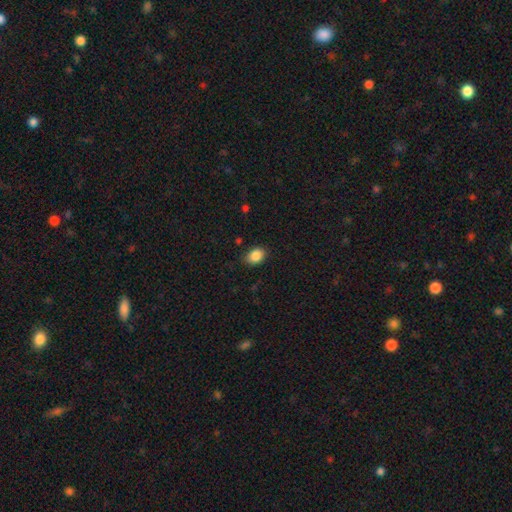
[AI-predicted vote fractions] Q: Smooth or featured?
A: smooth (87%); runner-up: star or artifact (8%)
Q: How rounded?
A: in between (72%); runner-up: round (27%)
Q: Merging?
A: none (83%); runner-up: minor disturbance (13%)